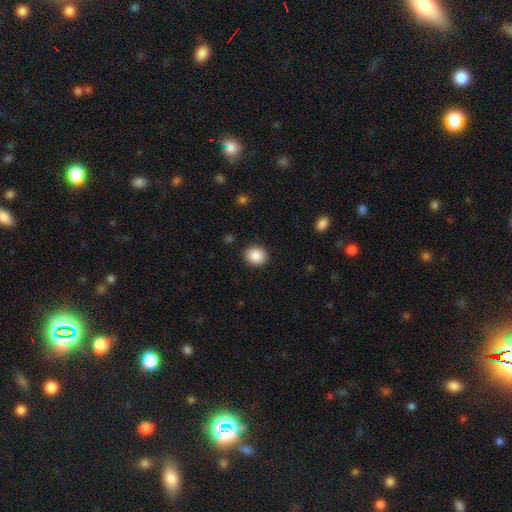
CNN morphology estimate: A smooth galaxy with no disk features (89%) that is round (75%). Merging: none (90%).